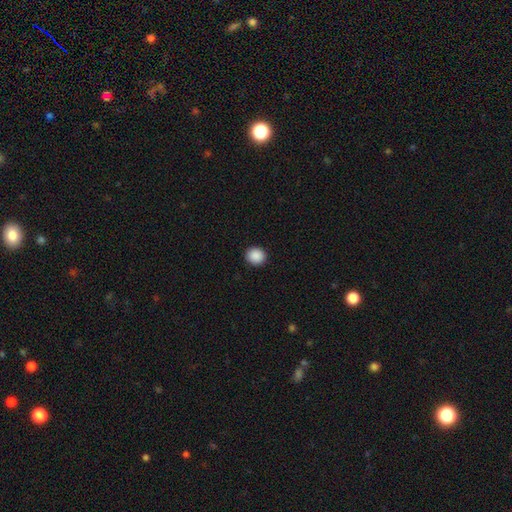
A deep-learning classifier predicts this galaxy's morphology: Q: Smooth or featured?
A: smooth (89%); runner-up: star or artifact (8%)
Q: How rounded?
A: round (87%); runner-up: in between (12%)
Q: Merging?
A: none (92%); runner-up: minor disturbance (5%)